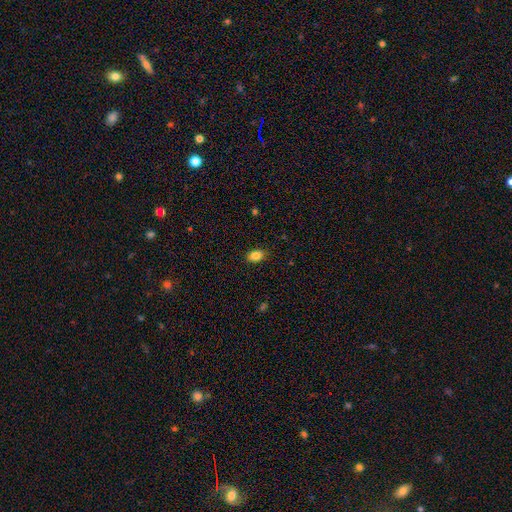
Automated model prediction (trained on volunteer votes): smooth_or_featured: smooth (p=0.85) [alt: star or artifact p=0.09]
how_rounded: in between (p=0.84) [alt: round p=0.14]
merging: none (p=0.84) [alt: minor disturbance p=0.13]